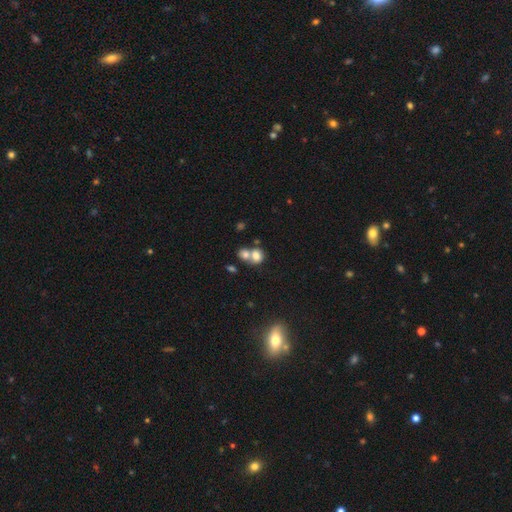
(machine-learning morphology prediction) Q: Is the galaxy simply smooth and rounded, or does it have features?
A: smooth — 75%.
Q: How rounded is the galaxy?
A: round — 67%.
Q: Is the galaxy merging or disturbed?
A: merger — 59%.